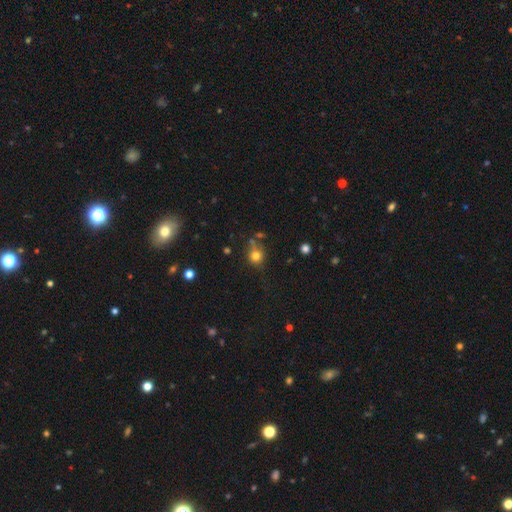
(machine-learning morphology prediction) The model was most divided on "merging": none: 66%, minor disturbance: 17%, merger: 11%, major disturbance: 6%. More confident: how rounded — round (84%); smooth or featured — smooth (77%).